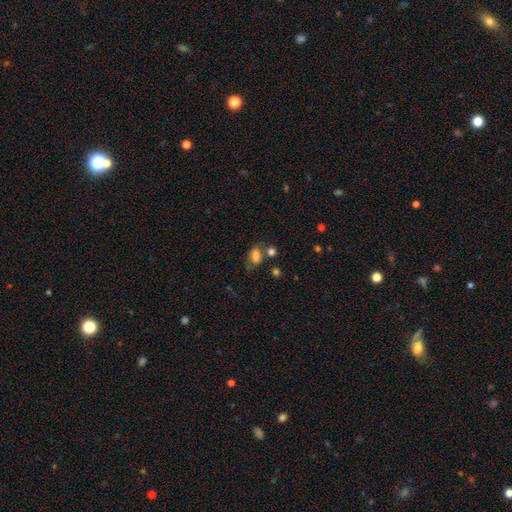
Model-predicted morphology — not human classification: Smooth or featured? smooth (74%)
How rounded? in between (84%)
Merging? none (48%)